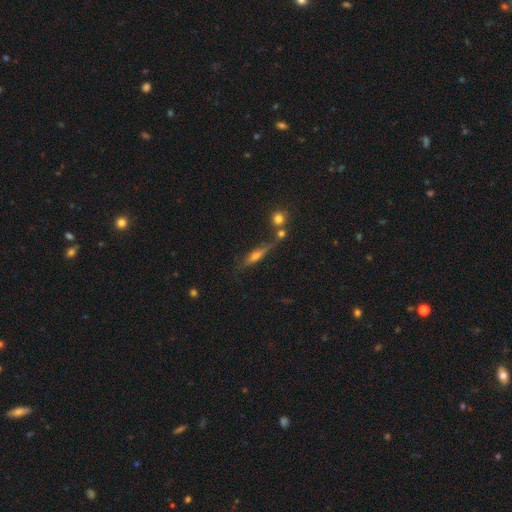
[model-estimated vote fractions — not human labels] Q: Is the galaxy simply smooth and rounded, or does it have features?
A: featured or disk — 52%.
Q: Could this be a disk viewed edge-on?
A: yes — 86%.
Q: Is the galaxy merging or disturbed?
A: none — 63%.